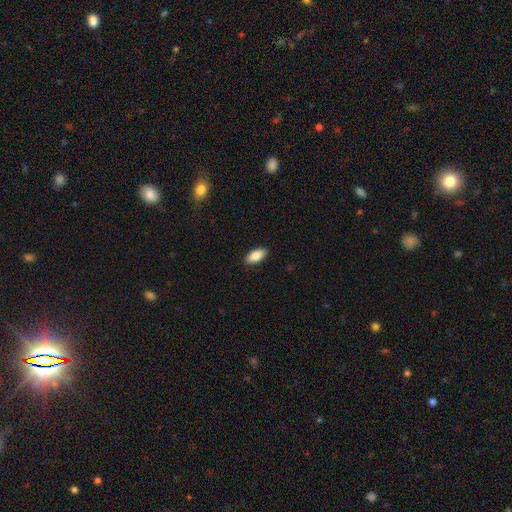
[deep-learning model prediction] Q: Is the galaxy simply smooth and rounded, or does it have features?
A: smooth — 86%.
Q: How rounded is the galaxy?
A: in between — 90%.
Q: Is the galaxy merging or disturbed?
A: none — 89%.